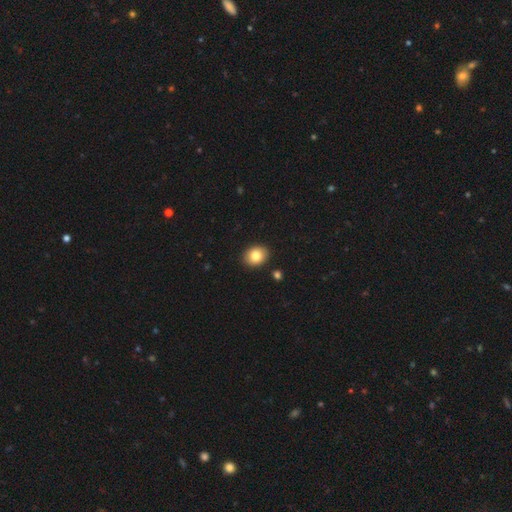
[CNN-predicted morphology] Smooth or featured?
  - smooth: 84% *
  - star or artifact: 9%
  - featured or disk: 8%
How rounded?
  - round: 51% *
  - in between: 48%
  - cigar-shaped: 1%
Merging?
  - none: 90% *
  - minor disturbance: 7%
  - merger: 2%
  - major disturbance: 2%